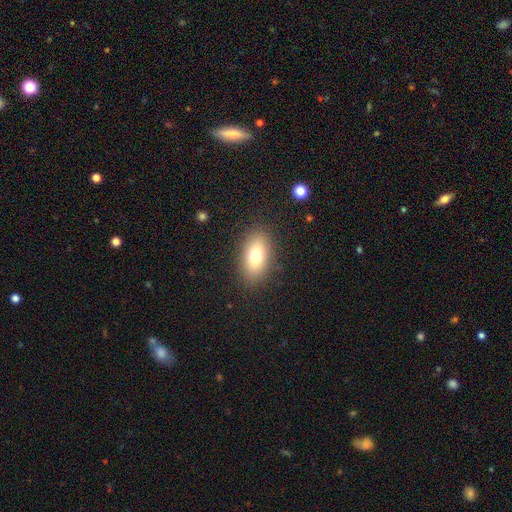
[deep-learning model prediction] Q: Smooth or featured?
A: smooth (75%); runner-up: featured or disk (15%)
Q: How rounded?
A: in between (88%); runner-up: round (8%)
Q: Merging?
A: none (87%); runner-up: minor disturbance (9%)